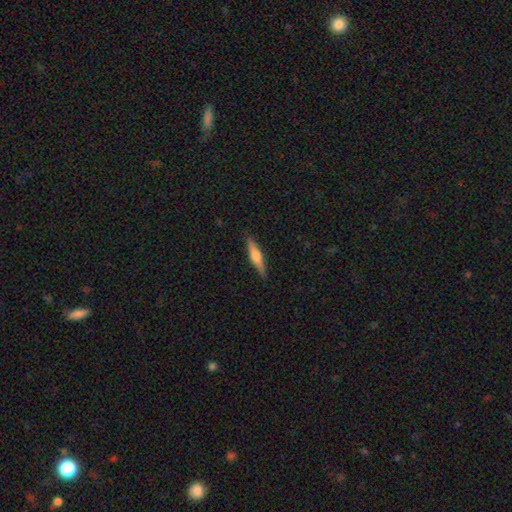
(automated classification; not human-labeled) Overall: featured or disk (51%; smooth 43%). Edge-on disk: yes (96%). Merging: none (89%).